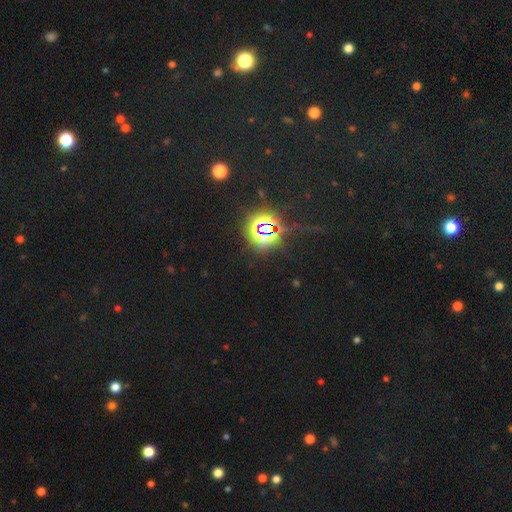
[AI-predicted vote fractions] This is likely a star or artifact rather than a galaxy (66%).